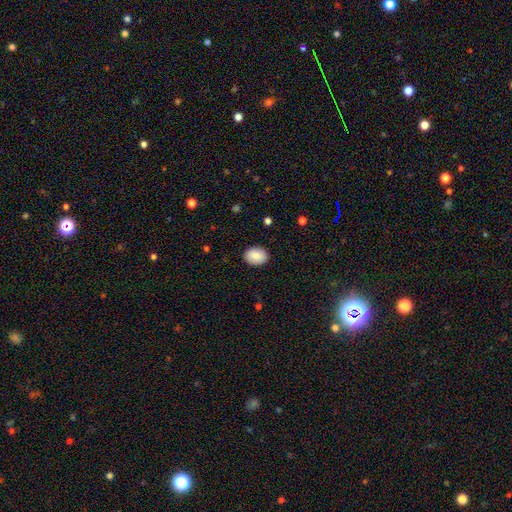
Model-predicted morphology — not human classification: Q: Smooth or featured?
A: smooth (87%); runner-up: star or artifact (7%)
Q: How rounded?
A: in between (68%); runner-up: round (31%)
Q: Merging?
A: none (89%); runner-up: minor disturbance (8%)